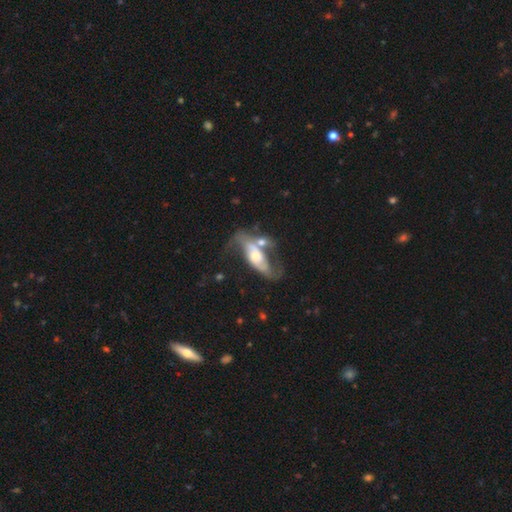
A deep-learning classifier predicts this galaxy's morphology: Smooth or featured? Predicted: featured or disk (p=0.72). Edge-on disk? Predicted: no (p=0.87). Bar? Predicted: no (p=0.56). Spiral arms? Predicted: yes (p=0.81). Spiral winding? Predicted: loose (p=0.60). Spiral arm count? Predicted: 2 (p=0.82). Bulge size? Predicted: moderate (p=0.58). Merging? Predicted: none (p=0.38).